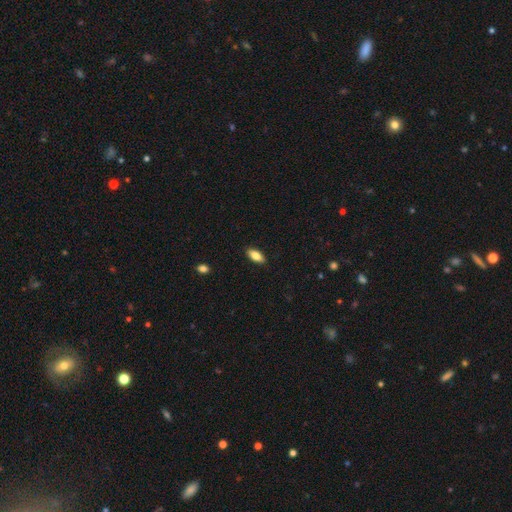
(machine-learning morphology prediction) Smooth or featured?
  - smooth: 82% *
  - featured or disk: 11%
  - star or artifact: 7%
How rounded?
  - in between: 86% *
  - cigar-shaped: 11%
  - round: 2%
Merging?
  - none: 89% *
  - minor disturbance: 8%
  - major disturbance: 2%
  - merger: 1%